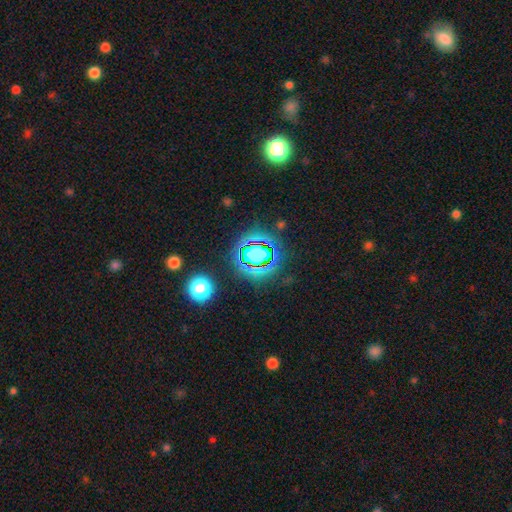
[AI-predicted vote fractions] Morphology: type=star or artifact (76%).